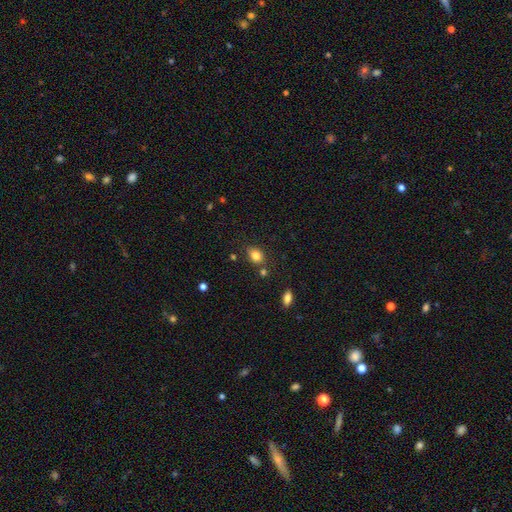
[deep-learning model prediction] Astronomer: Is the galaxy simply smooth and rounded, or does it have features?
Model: smooth — 83%.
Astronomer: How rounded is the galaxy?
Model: in between — 58% (runner-up: round, 41%).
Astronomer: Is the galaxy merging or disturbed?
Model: none — 76%.